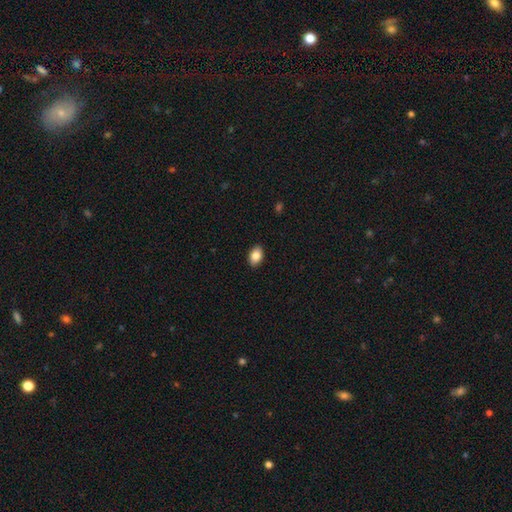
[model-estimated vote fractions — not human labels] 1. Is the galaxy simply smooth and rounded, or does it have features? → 86% smooth, 7% star or artifact, 7% featured or disk.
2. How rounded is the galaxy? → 87% in between, 11% round, 1% cigar-shaped.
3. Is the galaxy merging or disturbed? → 89% none, 8% minor disturbance, 2% major disturbance, 1% merger.